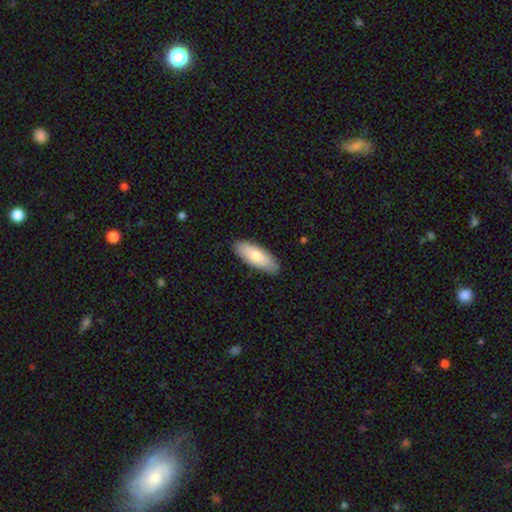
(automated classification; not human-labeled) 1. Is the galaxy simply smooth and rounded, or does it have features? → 76% smooth, 19% featured or disk, 5% star or artifact.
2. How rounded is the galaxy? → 73% in between, 25% cigar-shaped, 2% round.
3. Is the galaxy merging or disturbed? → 88% none, 9% minor disturbance, 2% major disturbance, 1% merger.